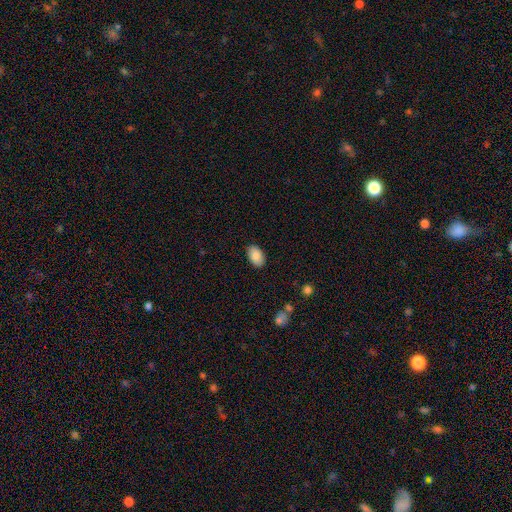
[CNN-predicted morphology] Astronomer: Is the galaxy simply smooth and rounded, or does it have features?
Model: smooth — 87%.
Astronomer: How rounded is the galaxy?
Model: in between — 93%.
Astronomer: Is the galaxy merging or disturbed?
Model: none — 88%.